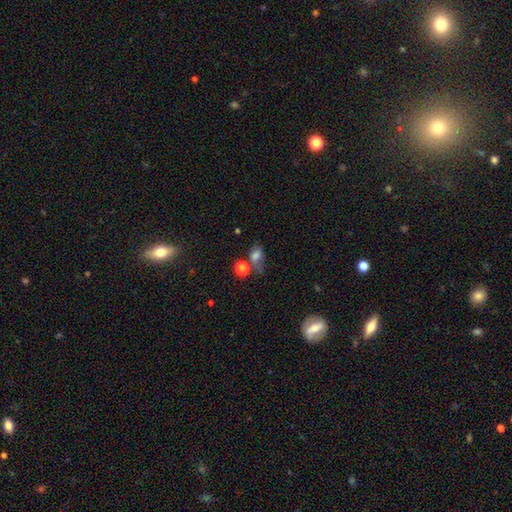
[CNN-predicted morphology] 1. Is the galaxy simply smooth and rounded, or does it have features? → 71% smooth, 15% star or artifact, 14% featured or disk.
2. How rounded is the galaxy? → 69% in between, 28% round, 3% cigar-shaped.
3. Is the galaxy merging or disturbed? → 41% none, 25% minor disturbance, 18% merger, 16% major disturbance.